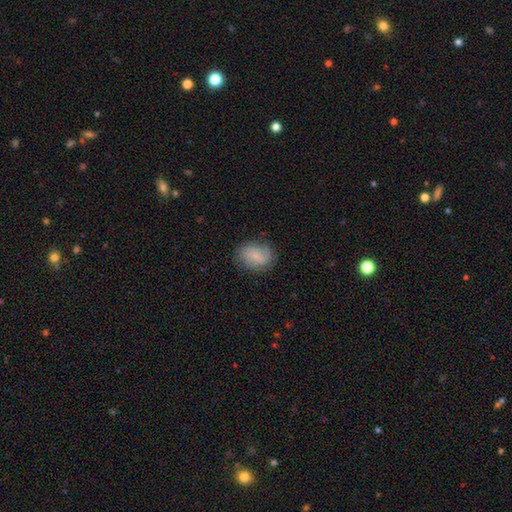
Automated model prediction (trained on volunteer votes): A smooth galaxy with no disk features (57%) that is in between round and cigar-shaped (59%).

Vote fractions:
- Smooth or featured? smooth: 57% / featured or disk: 34% / star or artifact: 9%
- How rounded? in between: 59% / round: 40% / cigar-shaped: 1%
- Merging? none: 74% / minor disturbance: 18% / major disturbance: 7% / merger: 1%